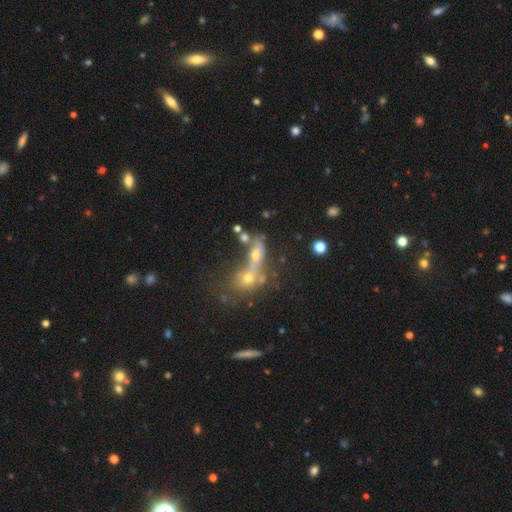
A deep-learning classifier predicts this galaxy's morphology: Smooth or featured? Predicted: smooth (p=0.42). Merging? Predicted: merger (p=0.59).